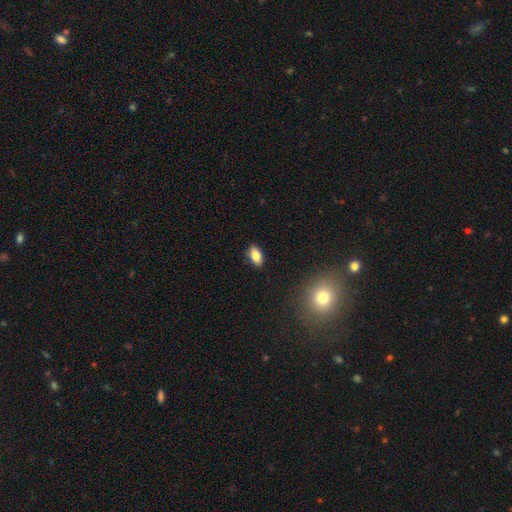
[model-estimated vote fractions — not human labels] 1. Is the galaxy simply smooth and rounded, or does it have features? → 79% smooth, 12% featured or disk, 8% star or artifact.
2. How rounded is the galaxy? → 89% in between, 7% cigar-shaped, 5% round.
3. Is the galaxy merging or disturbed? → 88% none, 9% minor disturbance, 2% major disturbance, 1% merger.